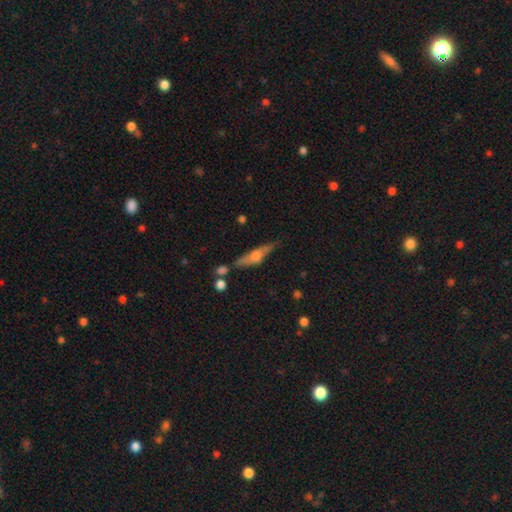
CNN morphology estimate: smooth_or_featured: featured or disk (p=0.60) [alt: smooth p=0.33]
disk_edge_on: yes (p=0.90) [alt: no p=0.10]
edge_on_bulge: rounded (p=0.90) [alt: boxy p=0.06]
merging: none (p=0.69) [alt: minor disturbance p=0.19]